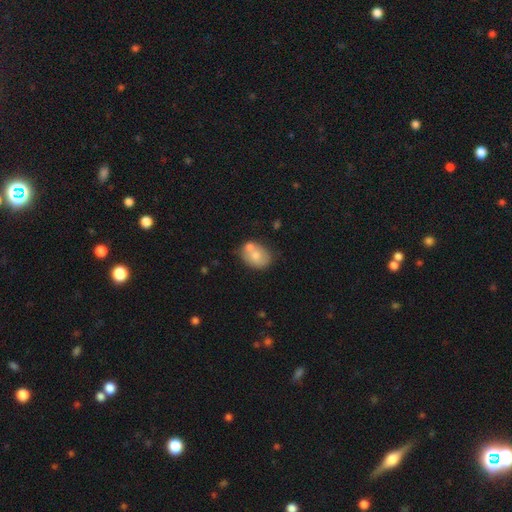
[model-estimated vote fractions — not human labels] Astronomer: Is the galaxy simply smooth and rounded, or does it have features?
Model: smooth — 69%.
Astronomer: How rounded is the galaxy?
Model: in between — 58% (runner-up: round, 41%).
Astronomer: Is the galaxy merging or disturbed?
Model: none — 44% (runner-up: merger, 35%).